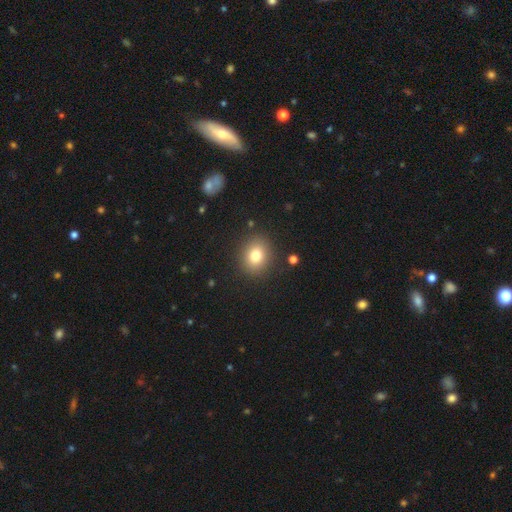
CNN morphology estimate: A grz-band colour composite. It shows a smooth galaxy with no disk features (79%) that is round (69%). Merging: none (88%).